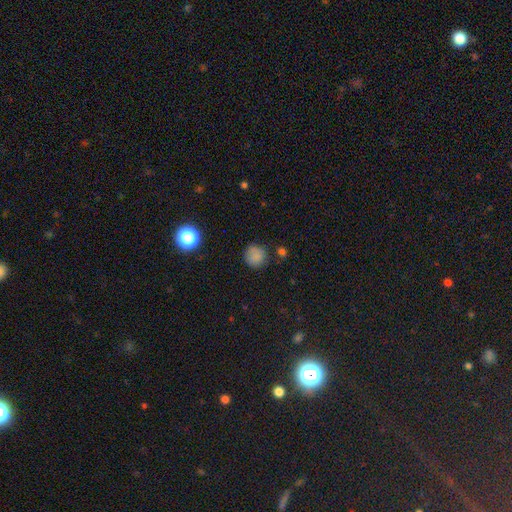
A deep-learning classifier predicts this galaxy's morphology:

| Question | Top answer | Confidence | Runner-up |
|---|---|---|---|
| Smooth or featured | smooth | 80% | star or artifact (14%) |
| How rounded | round | 90% | in between (9%) |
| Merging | none | 77% | minor disturbance (16%) |